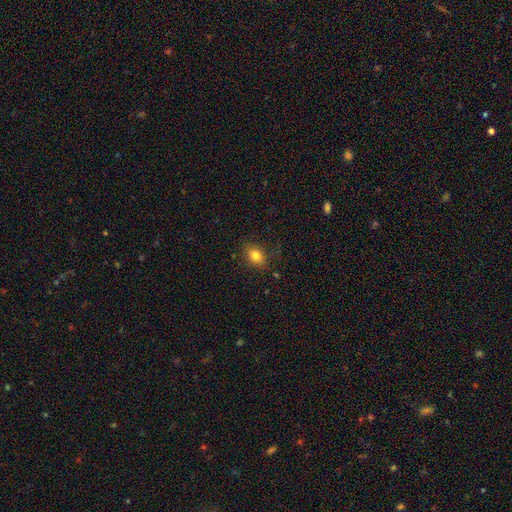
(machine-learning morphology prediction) Q: Smooth or featured?
A: smooth (81%); runner-up: star or artifact (11%)
Q: How rounded?
A: in between (67%); runner-up: round (32%)
Q: Merging?
A: none (81%); runner-up: minor disturbance (14%)